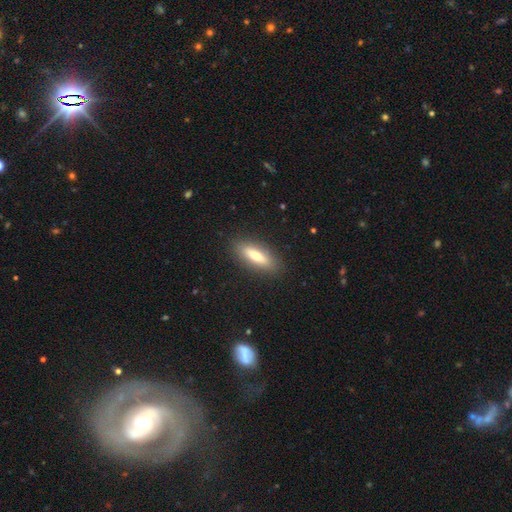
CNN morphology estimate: Smooth or featured? Predicted: smooth (p=0.65). How rounded? Predicted: in between (p=0.49). Merging? Predicted: none (p=0.88).